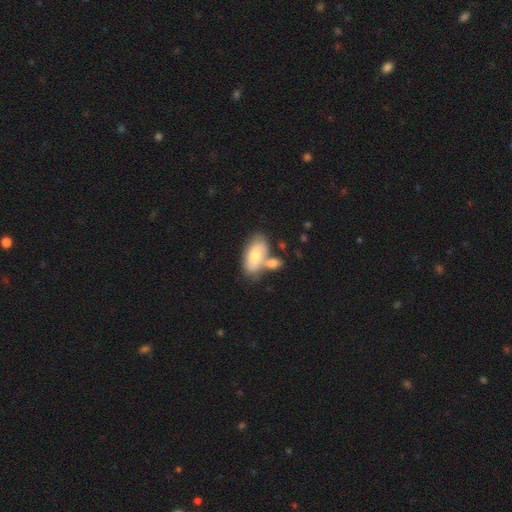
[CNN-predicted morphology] Smooth or featured? smooth (66%)
How rounded? in between (91%)
Merging? none (43%)